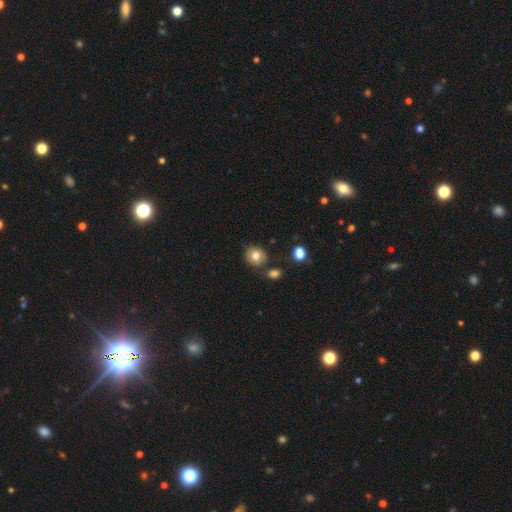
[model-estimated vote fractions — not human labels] Smooth or featured: smooth — 79% (featured or disk — 11%)
How rounded: round — 81% (in between — 18%)
Merging: none — 75% (minor disturbance — 14%)